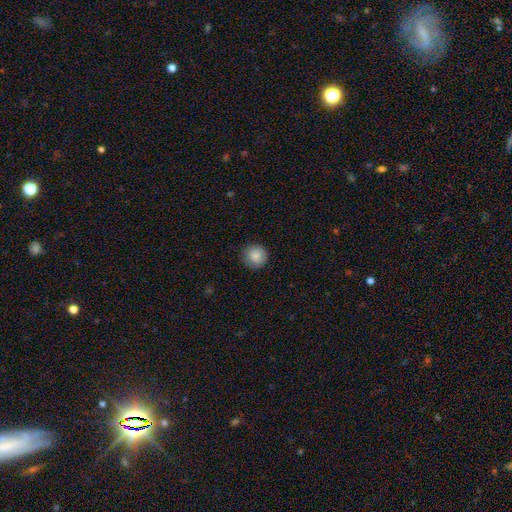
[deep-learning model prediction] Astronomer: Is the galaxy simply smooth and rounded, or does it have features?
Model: smooth — 87%.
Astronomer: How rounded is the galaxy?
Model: round — 94%.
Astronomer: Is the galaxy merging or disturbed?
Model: none — 87%.